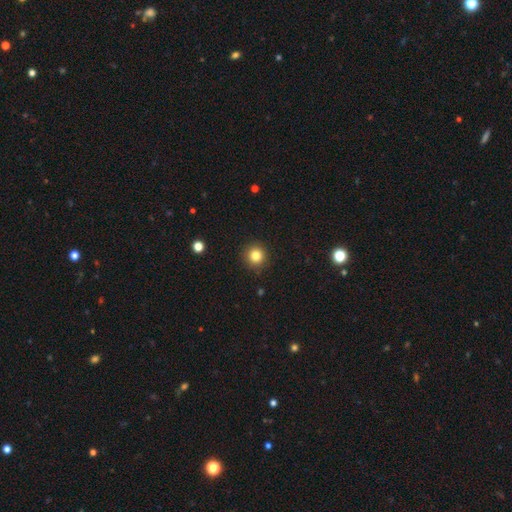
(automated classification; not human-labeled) Smooth or featured? smooth (82%)
How rounded? round (94%)
Merging? none (91%)